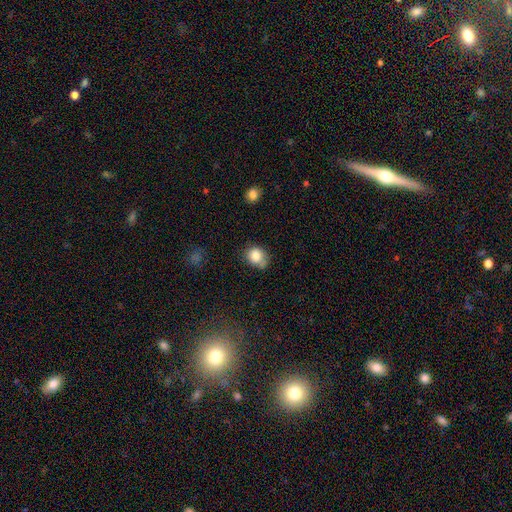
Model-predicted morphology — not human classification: The model was most divided on "how rounded": round: 61%, in between: 38%, cigar-shaped: 1%. More confident: smooth or featured — smooth (82%); merging — none (54%).